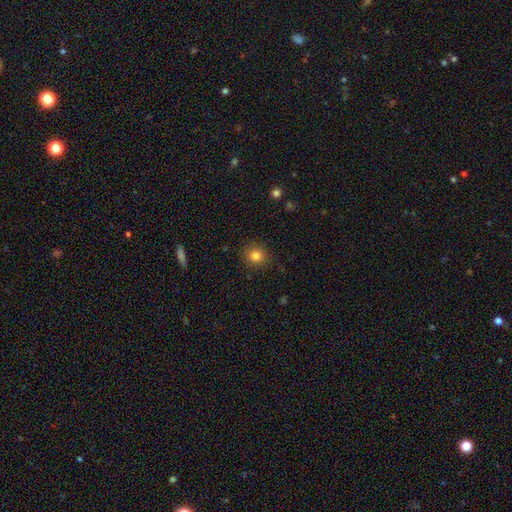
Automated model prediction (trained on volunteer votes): Overall: smooth (83%). How rounded: round (87%). Merging: none (89%).